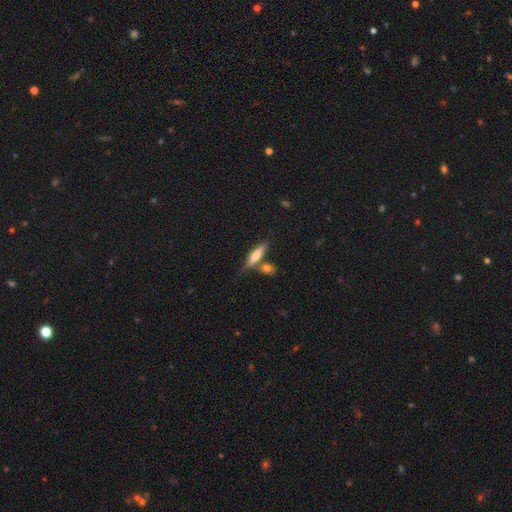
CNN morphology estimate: smooth-or-featured: smooth: 62% | featured or disk: 32% | star or artifact: 6%
  how-rounded: cigar-shaped: 69% | in between: 28% | round: 2%
  merging: none: 61% | merger: 20% | minor disturbance: 15% | major disturbance: 4%